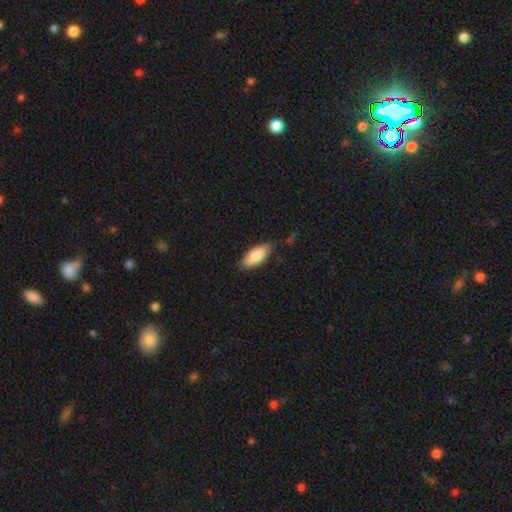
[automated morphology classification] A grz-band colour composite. It shows a smooth galaxy with no disk features (82%) that is in between round and cigar-shaped (82%). Merging: none (82%).